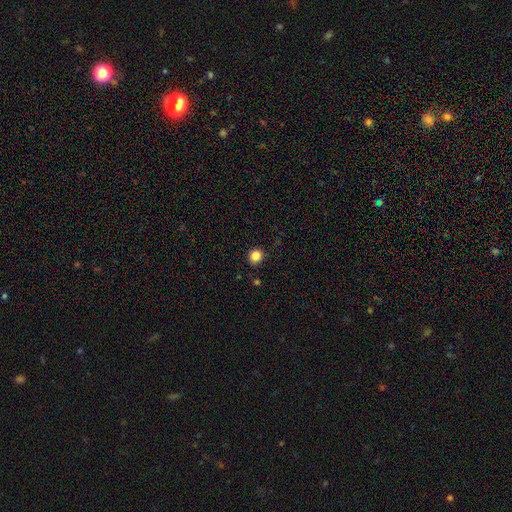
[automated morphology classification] Smooth or featured? Predicted: smooth (p=0.84). How rounded? Predicted: round (p=0.88). Merging? Predicted: none (p=0.87).